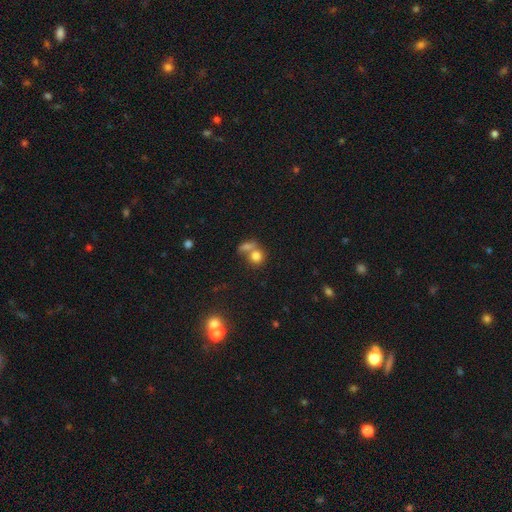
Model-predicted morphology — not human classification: Overall: smooth (78%). How rounded: round (74%). Merging: merger (48%; none 38%).